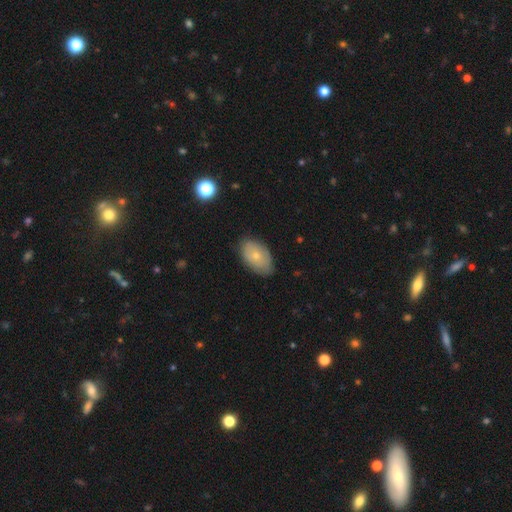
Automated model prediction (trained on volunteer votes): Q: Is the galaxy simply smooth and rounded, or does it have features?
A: smooth — 64%.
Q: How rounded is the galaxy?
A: in between — 91%.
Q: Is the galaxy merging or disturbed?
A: none — 76%.